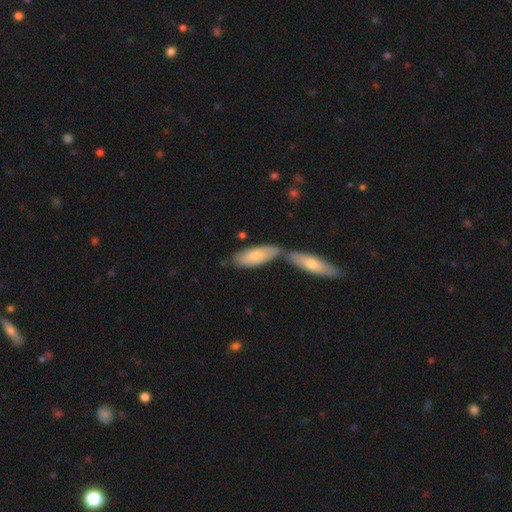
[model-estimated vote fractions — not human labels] Smooth or featured: smooth — 72% (featured or disk — 23%)
How rounded: in between — 68% (cigar-shaped — 31%)
Merging: none — 43% (merger — 41%)